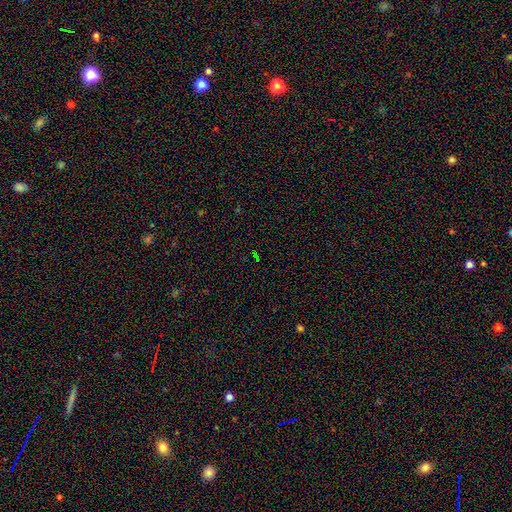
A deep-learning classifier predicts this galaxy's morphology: smooth_or_featured: star or artifact (p=0.73) [alt: smooth p=0.18]